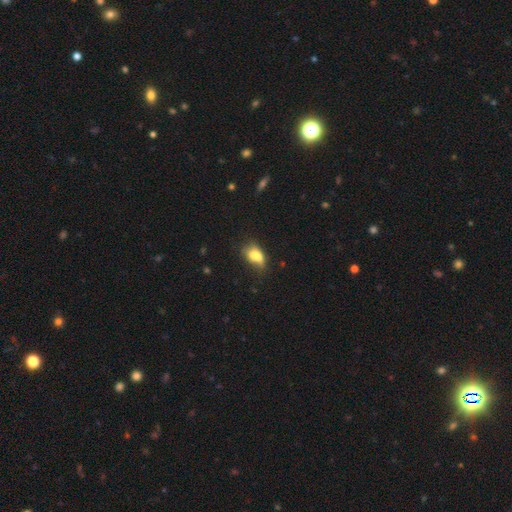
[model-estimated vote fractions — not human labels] smooth-or-featured: smooth: 70% | featured or disk: 20% | star or artifact: 11%
  how-rounded: in between: 82% | round: 14% | cigar-shaped: 5%
  merging: none: 29% | merger: 27% | minor disturbance: 26% | major disturbance: 18%